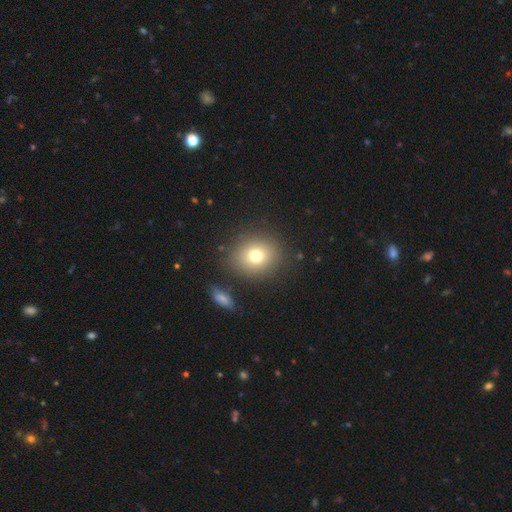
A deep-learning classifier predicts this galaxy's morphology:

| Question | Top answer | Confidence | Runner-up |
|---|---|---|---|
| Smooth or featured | smooth | 75% | star or artifact (13%) |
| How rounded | round | 78% | in between (21%) |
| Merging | none | 84% | minor disturbance (9%) |